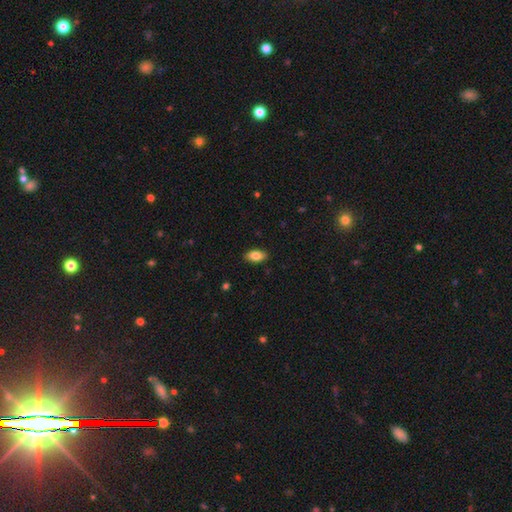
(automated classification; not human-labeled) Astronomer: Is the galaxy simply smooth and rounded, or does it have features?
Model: smooth — 82%.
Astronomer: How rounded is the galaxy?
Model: in between — 91%.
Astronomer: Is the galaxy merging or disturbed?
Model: none — 88%.